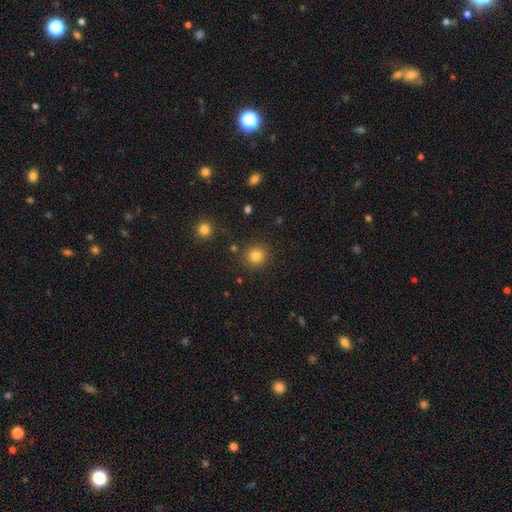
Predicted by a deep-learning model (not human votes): smooth_or_featured: smooth (p=0.83) [alt: star or artifact p=0.12]
how_rounded: round (p=0.91) [alt: in between p=0.08]
merging: none (p=0.88) [alt: minor disturbance p=0.07]